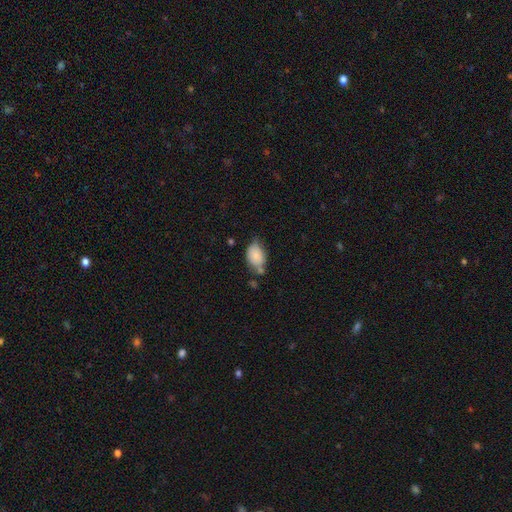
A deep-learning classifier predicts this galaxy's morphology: smooth_or_featured: smooth (p=0.82) [alt: featured or disk p=0.11]
how_rounded: in between (p=0.85) [alt: round p=0.13]
merging: none (p=0.46) [alt: minor disturbance p=0.32]